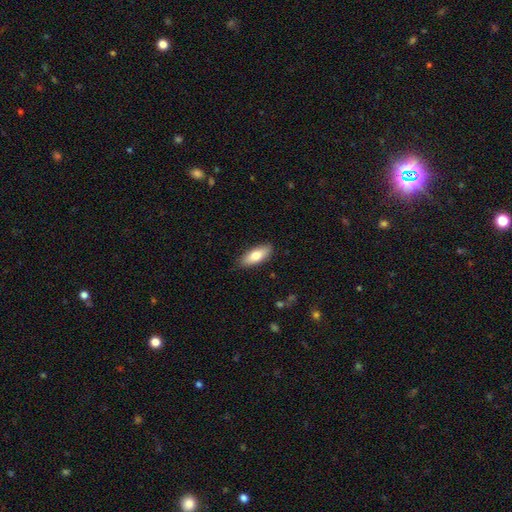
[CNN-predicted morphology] smooth_or_featured: smooth (p=0.75) [alt: featured or disk p=0.19]
how_rounded: in between (p=0.76) [alt: cigar-shaped p=0.22]
merging: none (p=0.87) [alt: minor disturbance p=0.10]